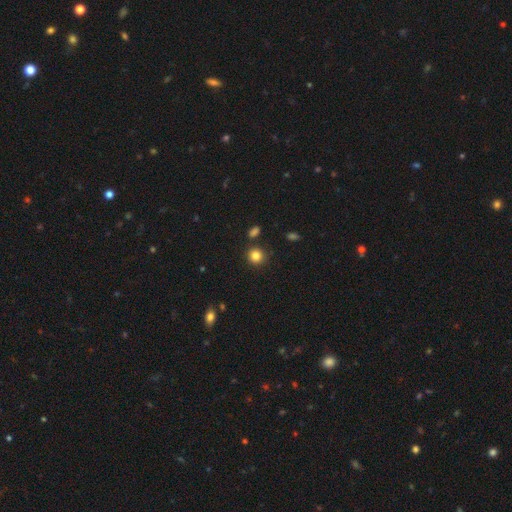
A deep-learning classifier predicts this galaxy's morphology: Overall: smooth (84%). How rounded: round (88%). Merging: none (85%).